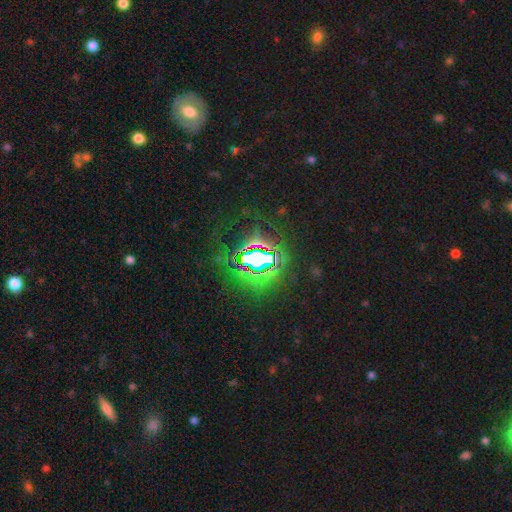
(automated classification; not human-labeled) This appears to be a star or artifact, not a galaxy (76%).